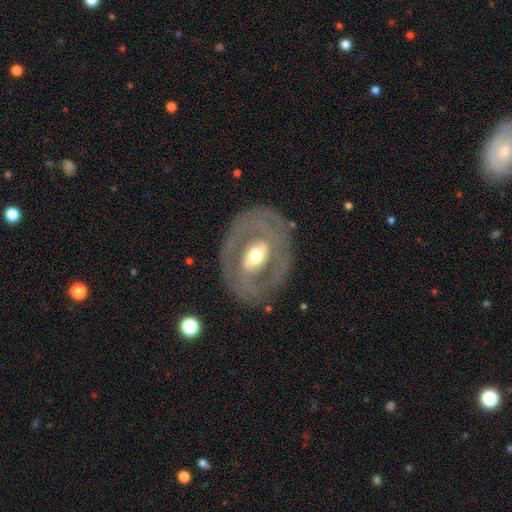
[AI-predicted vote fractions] A featured or disk galaxy (71%) with a strong bar (37%), no spiral arms (65%) and a moderate central bulge (65%). Merging: none (79%).